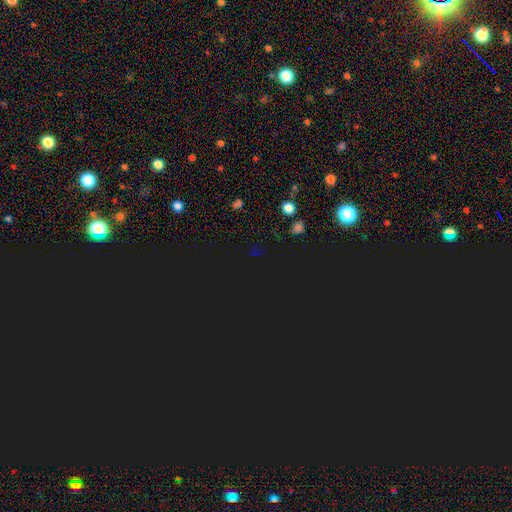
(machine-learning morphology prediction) Smooth or featured: star or artifact — 79% (smooth — 14%)